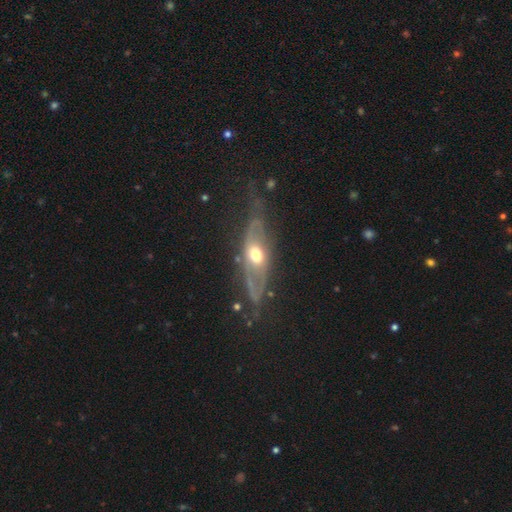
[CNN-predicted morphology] Smooth or featured? Predicted: featured or disk (p=0.73). Edge-on disk? Predicted: no (p=0.67). Merging? Predicted: none (p=0.61).